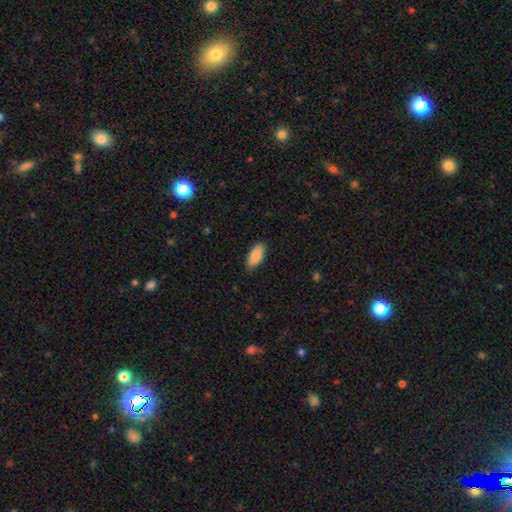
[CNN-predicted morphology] Smooth or featured? Predicted: smooth (p=0.88). How rounded? Predicted: in between (p=0.89). Merging? Predicted: none (p=0.86).